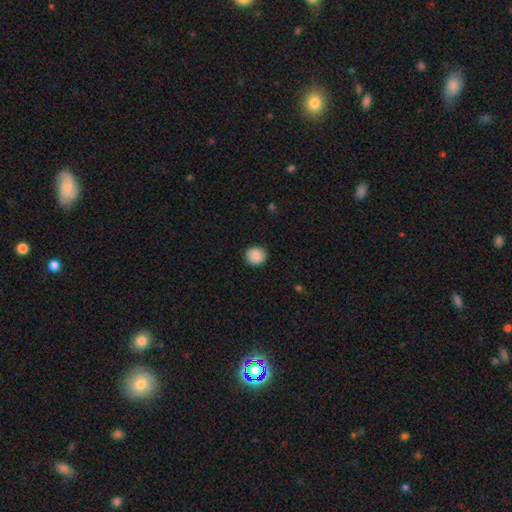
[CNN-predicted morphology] Smooth or featured?
  - smooth: 90% *
  - star or artifact: 8%
  - featured or disk: 3%
How rounded?
  - round: 88% *
  - in between: 11%
  - cigar-shaped: 1%
Merging?
  - none: 91% *
  - minor disturbance: 6%
  - major disturbance: 2%
  - merger: 1%